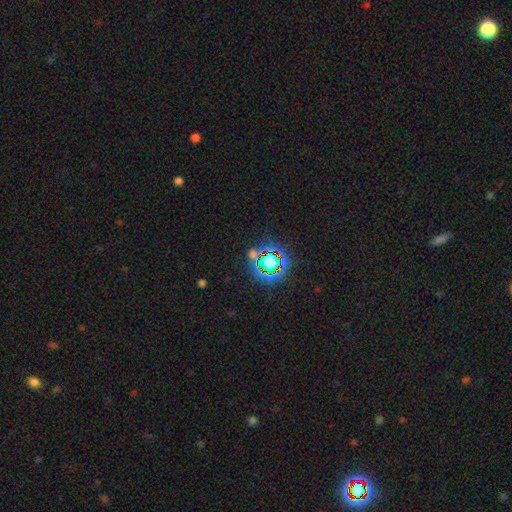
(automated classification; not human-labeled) A star or artifact, not a galaxy (74%).